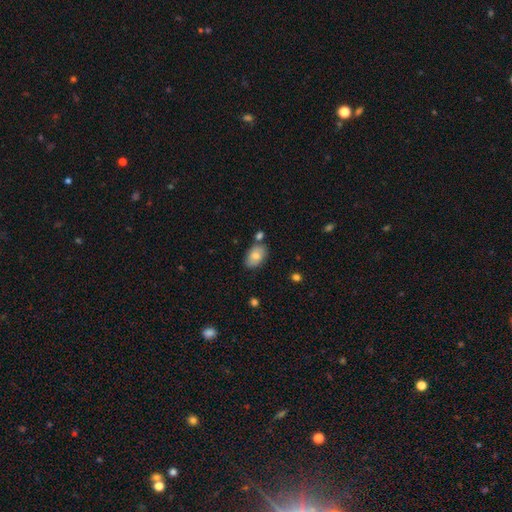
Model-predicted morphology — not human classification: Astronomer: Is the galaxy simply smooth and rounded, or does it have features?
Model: smooth — 77%.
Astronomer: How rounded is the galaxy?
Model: in between — 90%.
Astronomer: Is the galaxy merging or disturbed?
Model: none — 70%.